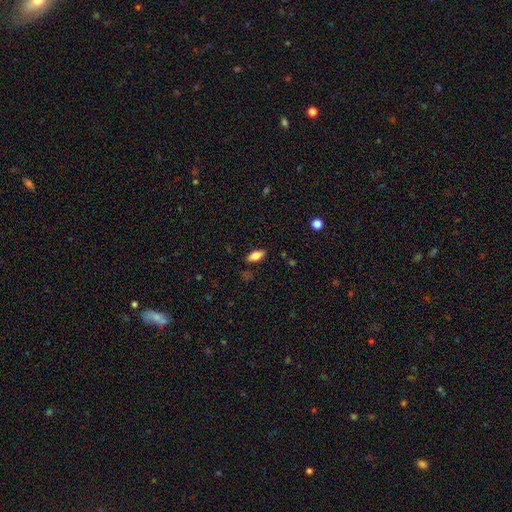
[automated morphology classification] Smooth or featured? smooth (76%)
How rounded? in between (79%)
Merging? none (85%)